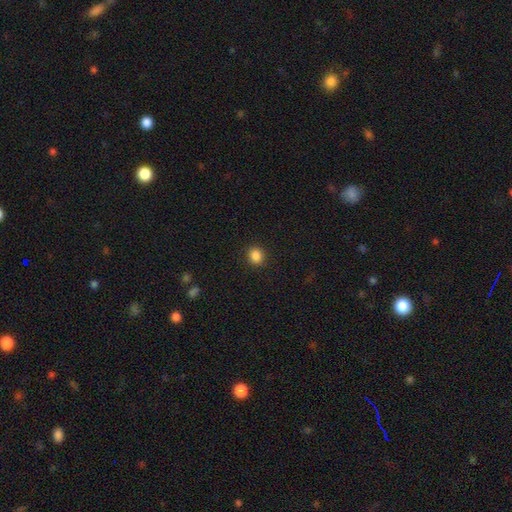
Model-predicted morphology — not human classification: type=smooth (86%); roundness=round (80%); merging=none (91%).